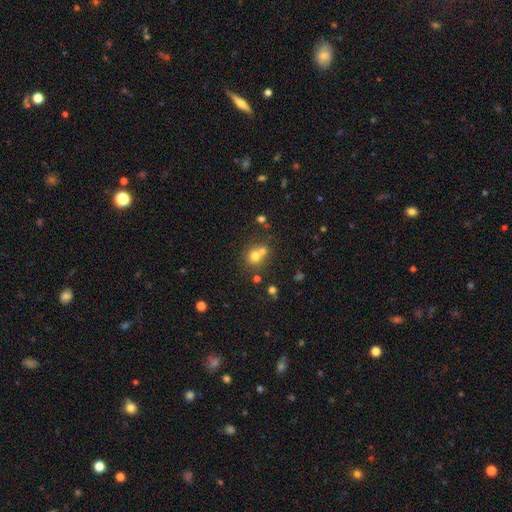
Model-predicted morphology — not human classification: A smooth galaxy with no disk features (70%) that is round (80%). Merging: merger (47%).